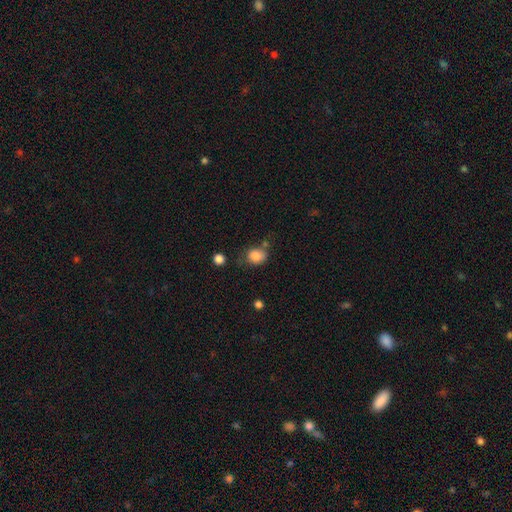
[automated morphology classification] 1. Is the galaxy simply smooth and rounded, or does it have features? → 85% smooth, 10% star or artifact, 5% featured or disk.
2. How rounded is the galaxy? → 57% round, 42% in between, 1% cigar-shaped.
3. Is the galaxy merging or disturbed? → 57% none, 24% minor disturbance, 11% merger, 8% major disturbance.